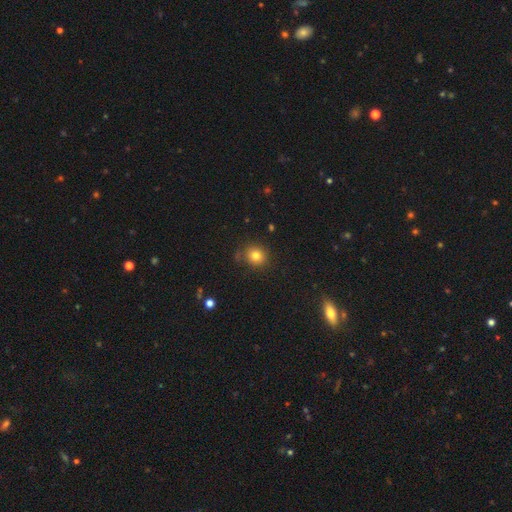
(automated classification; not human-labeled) A smooth galaxy with no disk features (79%) that is round (83%). Merging: none (80%).